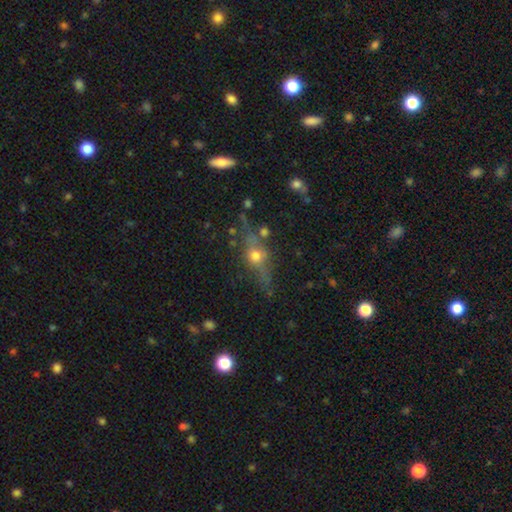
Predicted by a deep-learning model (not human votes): featured or disk 48%, smooth 35%, star or artifact 17%. Down the decision tree: merging — none (66%).